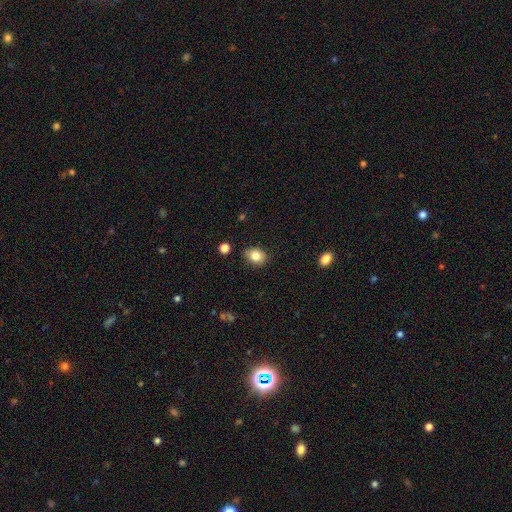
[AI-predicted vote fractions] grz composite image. It shows a smooth galaxy with no disk features (83%) that is in between round and cigar-shaped (61%). Merging: none (84%).